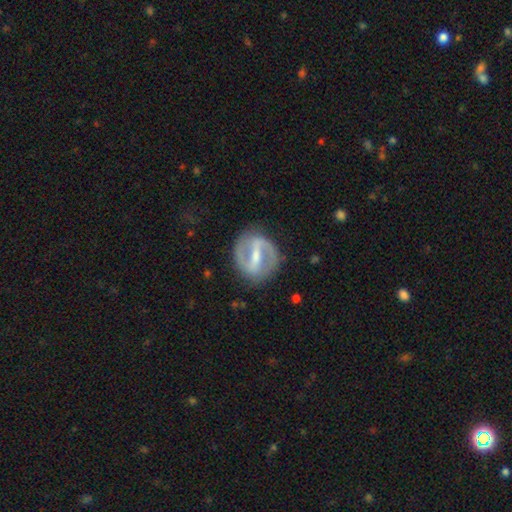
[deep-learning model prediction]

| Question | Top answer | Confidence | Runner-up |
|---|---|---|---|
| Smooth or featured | featured or disk | 85% | smooth (10%) |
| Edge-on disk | no | 96% | yes (4%) |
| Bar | strong | 73% | weak (21%) |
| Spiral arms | yes | 83% | no (17%) |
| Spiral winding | medium | 48% | tight (32%) |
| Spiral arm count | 2 | 89% | can't tell (5%) |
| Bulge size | moderate | 45% | small (42%) |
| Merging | none | 83% | minor disturbance (11%) |